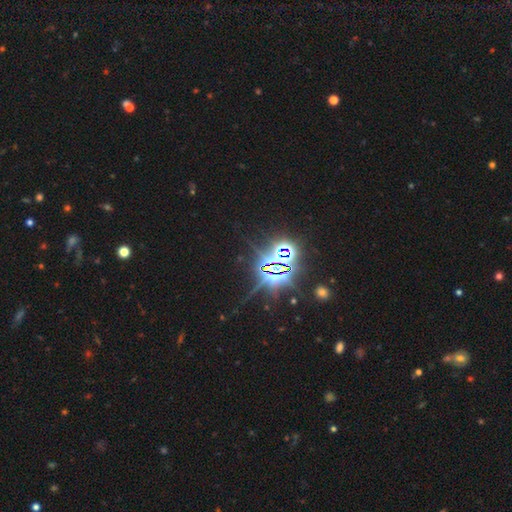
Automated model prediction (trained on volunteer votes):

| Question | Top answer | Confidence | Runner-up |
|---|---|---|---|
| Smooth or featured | star or artifact | 86% | featured or disk (8%) |